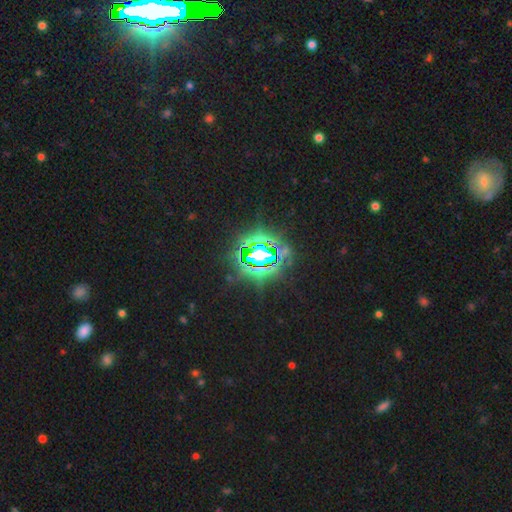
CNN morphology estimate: Smooth or featured? Predicted: star or artifact (p=0.79).